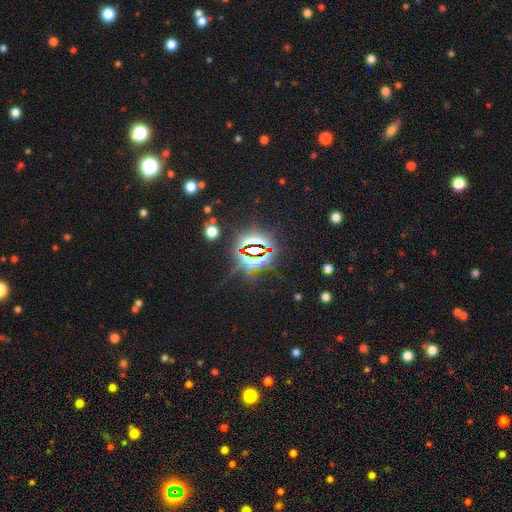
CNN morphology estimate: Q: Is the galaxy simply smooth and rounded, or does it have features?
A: star or artifact — 83%.